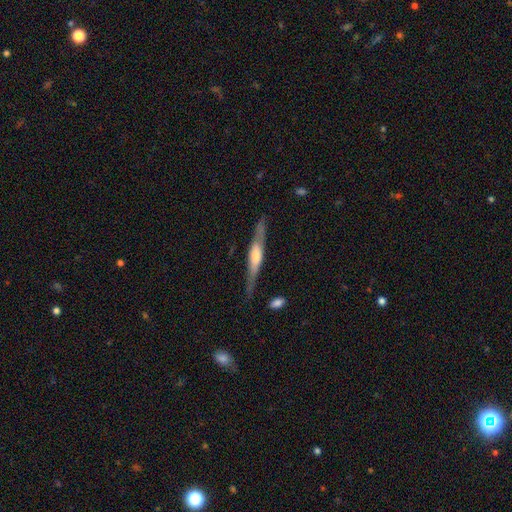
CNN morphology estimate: Smooth or featured? Predicted: featured or disk (p=0.67). Edge-on disk? Predicted: yes (p=0.95). Edge-on bulge? Predicted: rounded (p=0.63). Merging? Predicted: none (p=0.82).